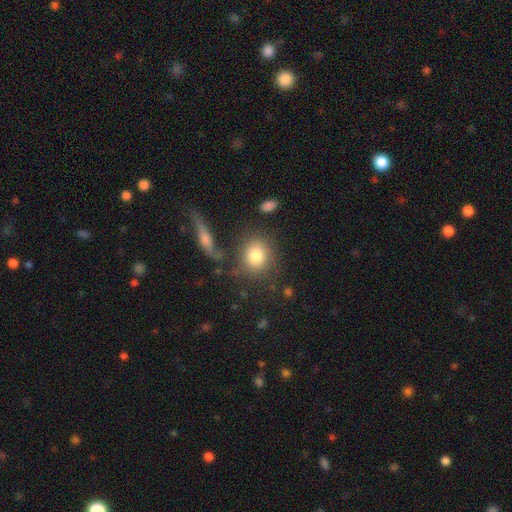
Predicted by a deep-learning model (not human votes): Q: Smooth or featured?
A: smooth (82%); runner-up: featured or disk (9%)
Q: How rounded?
A: round (74%); runner-up: in between (24%)
Q: Merging?
A: none (75%); runner-up: minor disturbance (12%)